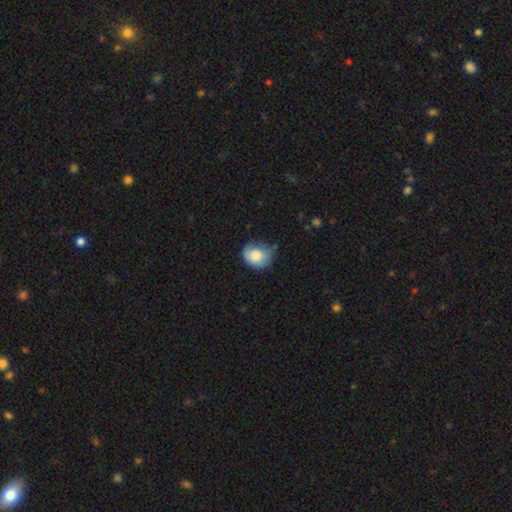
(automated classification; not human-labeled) This is clearly a smooth galaxy (82%). How rounded: possibly round (56%). Merging: possibly none (51%).